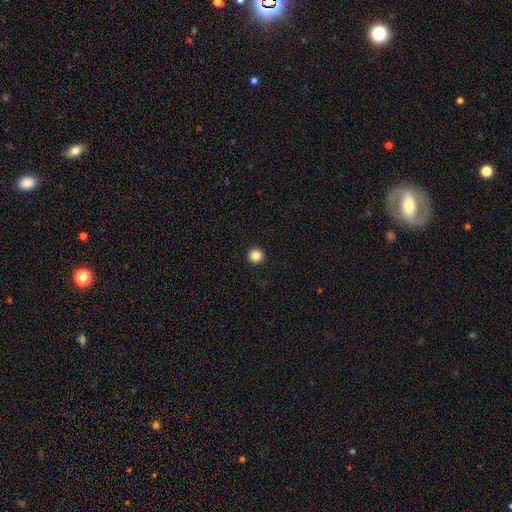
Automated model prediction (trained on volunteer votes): smooth-or-featured: smooth: 86% | star or artifact: 11% | featured or disk: 3%
  how-rounded: round: 96% | in between: 3% | cigar-shaped: 1%
  merging: none: 94% | minor disturbance: 4% | major disturbance: 1% | merger: 1%